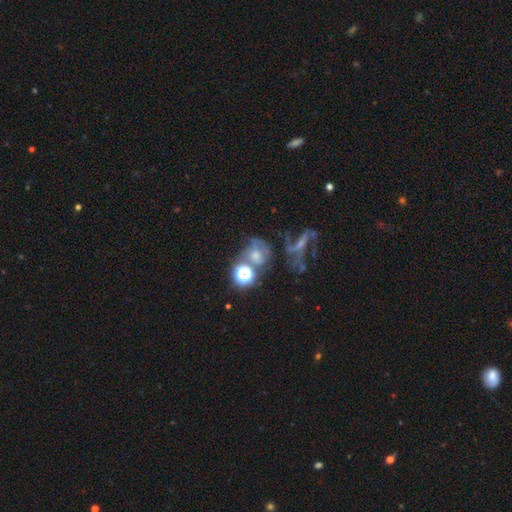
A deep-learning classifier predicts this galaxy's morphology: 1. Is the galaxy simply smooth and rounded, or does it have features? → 39% smooth, 30% featured or disk, 30% star or artifact.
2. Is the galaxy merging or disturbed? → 36% none, 29% merger, 20% major disturbance, 14% minor disturbance.